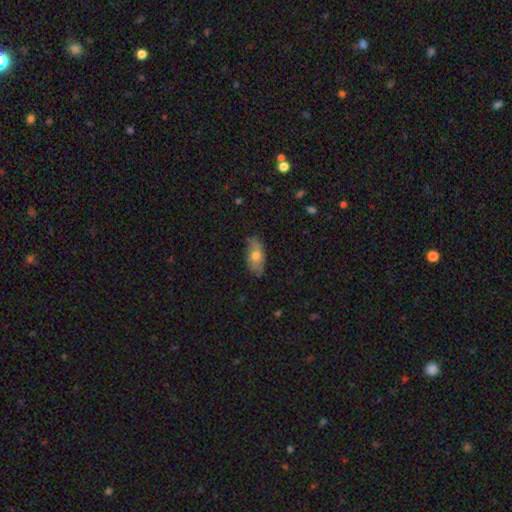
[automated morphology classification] Overall: smooth (58%; featured or disk 35%). How rounded: in between (89%). Merging: none (70%).